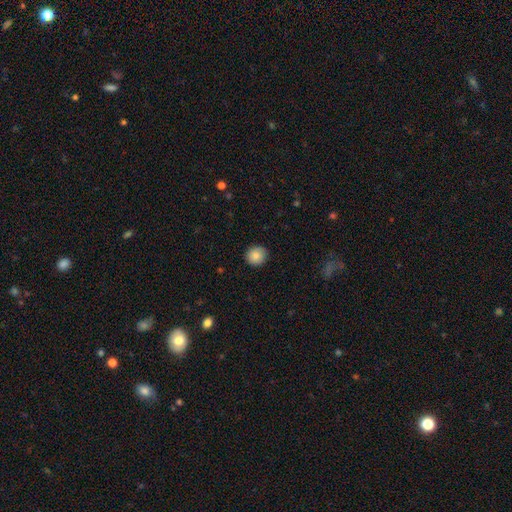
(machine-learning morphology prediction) Smooth or featured? smooth (86%)
How rounded? round (89%)
Merging? none (90%)